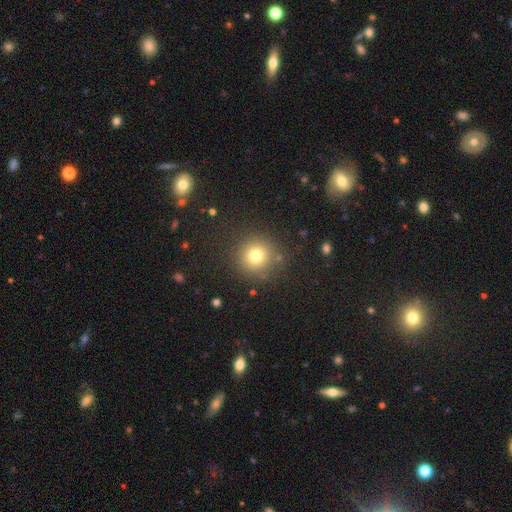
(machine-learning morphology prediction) Q: Smooth or featured?
A: smooth (76%); runner-up: star or artifact (15%)
Q: How rounded?
A: round (93%); runner-up: in between (6%)
Q: Merging?
A: none (86%); runner-up: minor disturbance (8%)